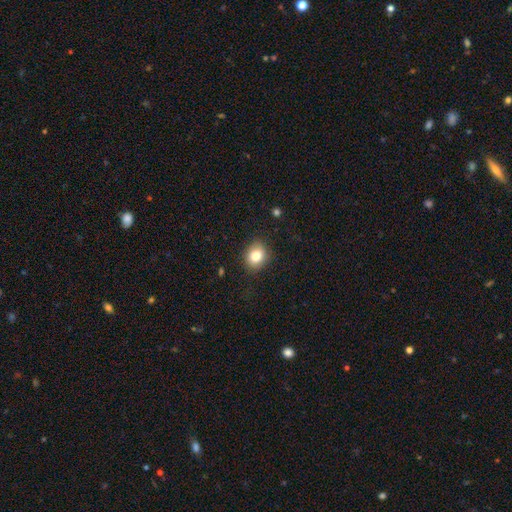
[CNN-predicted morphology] Smooth or featured? smooth (83%)
How rounded? round (57%)
Merging? none (86%)